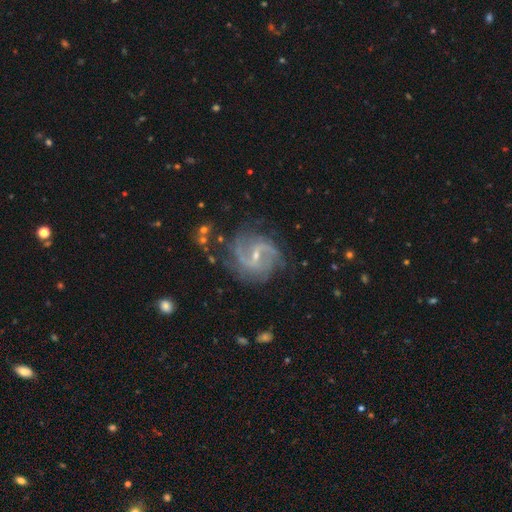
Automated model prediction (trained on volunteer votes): Smooth or featured?
  - featured or disk: 90% *
  - star or artifact: 6%
  - smooth: 4%
Edge-on disk?
  - no: 98% *
  - yes: 2%
Bar?
  - weak: 50% *
  - strong: 31%
  - no: 19%
Spiral arms?
  - yes: 97% *
  - no: 3%
Spiral winding?
  - medium: 51% *
  - loose: 33%
  - tight: 17%
Spiral arm count?
  - 2: 75% *
  - 3: 9%
  - can't tell: 7%
  - 4: 3%
  - 1: 3%
  - more than 4: 3%
Bulge size?
  - small: 70% *
  - moderate: 26%
  - none: 2%
  - large: 1%
  - dominant: 1%
Merging?
  - none: 72% *
  - minor disturbance: 17%
  - major disturbance: 8%
  - merger: 2%